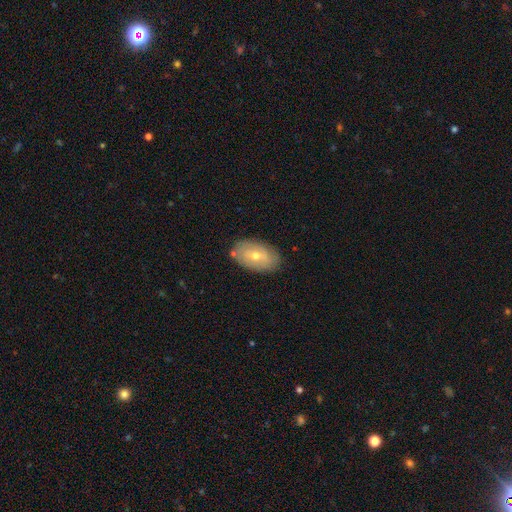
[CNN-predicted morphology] Smooth or featured?
  - smooth: 52% *
  - featured or disk: 40%
  - star or artifact: 7%
How rounded?
  - in between: 90% *
  - round: 8%
  - cigar-shaped: 2%
Merging?
  - none: 83% *
  - minor disturbance: 12%
  - major disturbance: 3%
  - merger: 2%